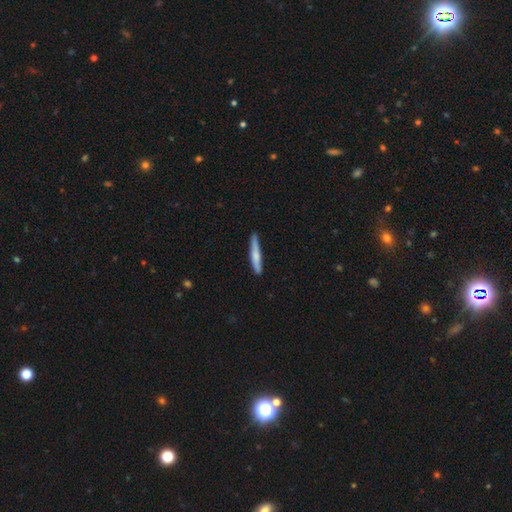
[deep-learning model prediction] Morphology: type=smooth (67%); roundness=cigar-shaped (94%); merging=none (87%).